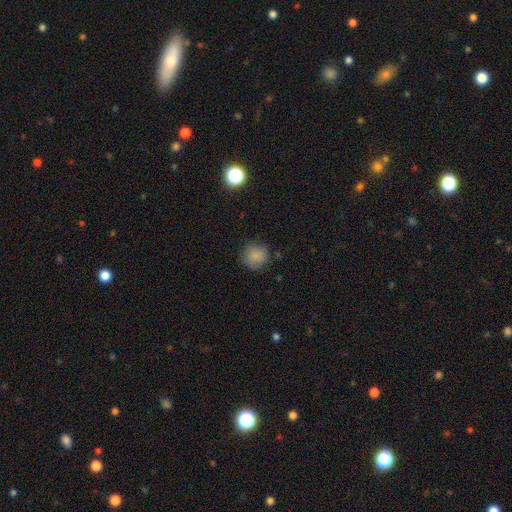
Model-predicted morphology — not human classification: Q: Smooth or featured?
A: smooth (84%); runner-up: star or artifact (10%)
Q: How rounded?
A: round (89%); runner-up: in between (10%)
Q: Merging?
A: none (79%); runner-up: minor disturbance (15%)